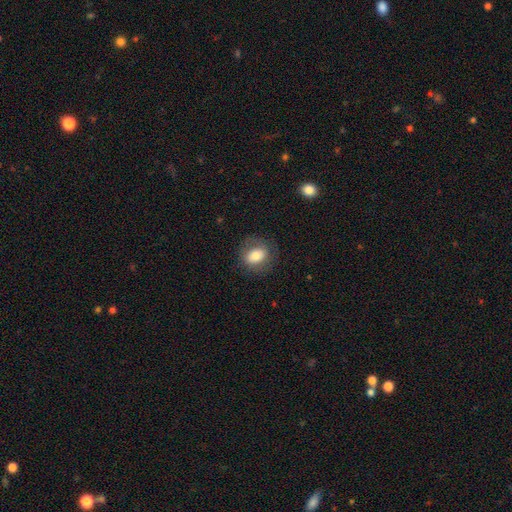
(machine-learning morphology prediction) A smooth galaxy with no disk features (73%) that is in between round and cigar-shaped (52%).

Vote fractions:
- Smooth or featured? smooth: 73% / featured or disk: 18% / star or artifact: 8%
- How rounded? in between: 52% / round: 47% / cigar-shaped: 1%
- Merging? none: 79% / minor disturbance: 14% / major disturbance: 6% / merger: 1%